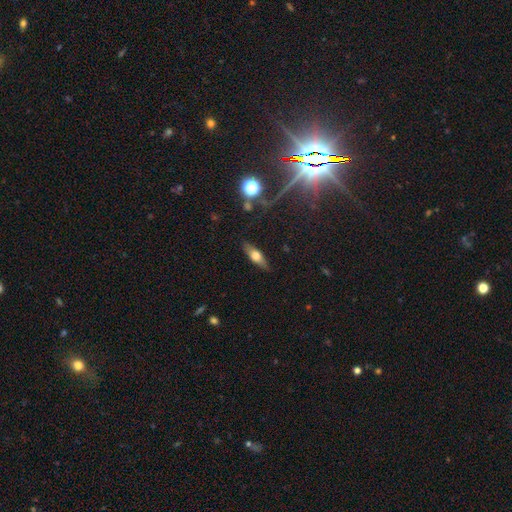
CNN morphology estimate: Smooth or featured?
  - smooth: 53% *
  - featured or disk: 39%
  - star or artifact: 8%
How rounded?
  - in between: 57% *
  - cigar-shaped: 39%
  - round: 4%
Merging?
  - none: 83% *
  - minor disturbance: 12%
  - major disturbance: 3%
  - merger: 1%